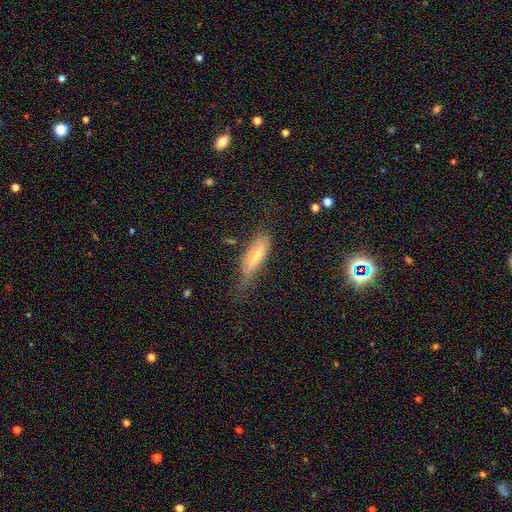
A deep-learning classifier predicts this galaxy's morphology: Smooth or featured? Predicted: smooth (p=0.51). How rounded? Predicted: cigar-shaped (p=0.60). Merging? Predicted: none (p=0.47).